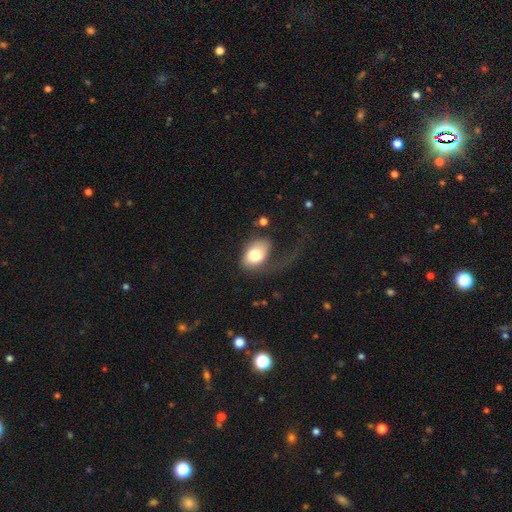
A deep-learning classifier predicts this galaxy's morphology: smooth_or_featured: smooth (p=0.71) [alt: featured or disk p=0.22]
how_rounded: in between (p=0.82) [alt: round p=0.16]
merging: major disturbance (p=0.50) [alt: none p=0.26]